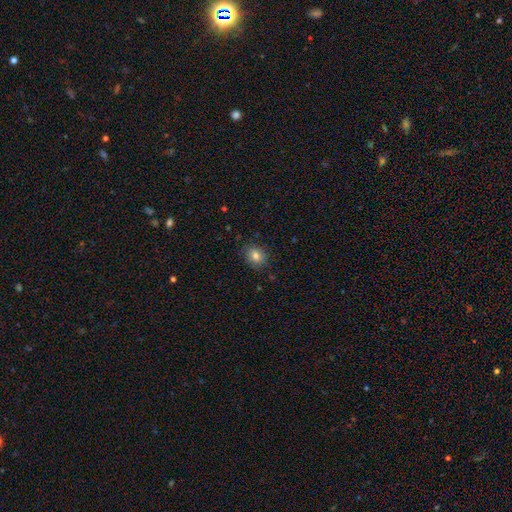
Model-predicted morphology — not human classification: Q: Smooth or featured?
A: smooth (80%); runner-up: star or artifact (11%)
Q: How rounded?
A: round (64%); runner-up: in between (35%)
Q: Merging?
A: none (86%); runner-up: minor disturbance (10%)